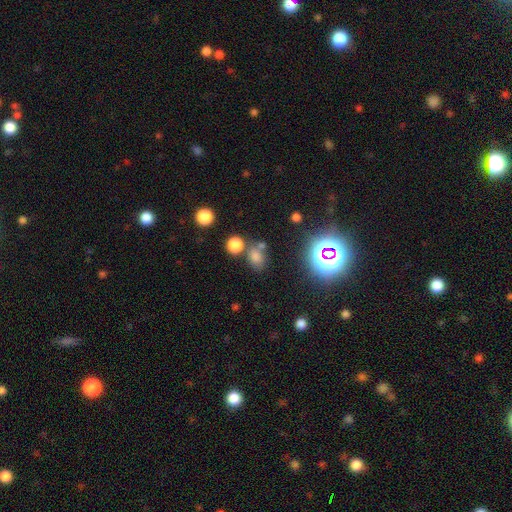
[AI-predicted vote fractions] Smooth or featured? Predicted: smooth (p=0.67). How rounded? Predicted: in between (p=0.56). Merging? Predicted: none (p=0.63).